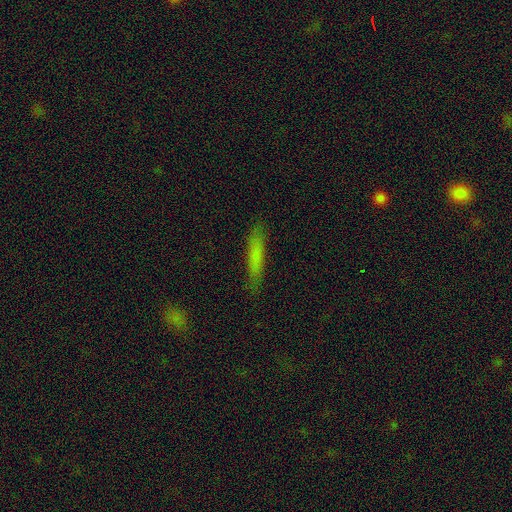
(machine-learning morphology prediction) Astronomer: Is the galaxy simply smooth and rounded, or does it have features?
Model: smooth — 74%.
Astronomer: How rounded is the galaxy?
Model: cigar-shaped — 89%.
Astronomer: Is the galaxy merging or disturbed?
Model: none — 84%.